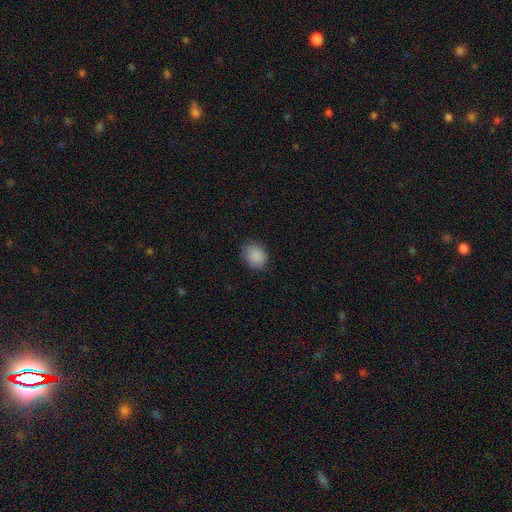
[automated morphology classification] Overall: smooth (88%). How rounded: round (54%; in between 45%). Merging: none (82%).